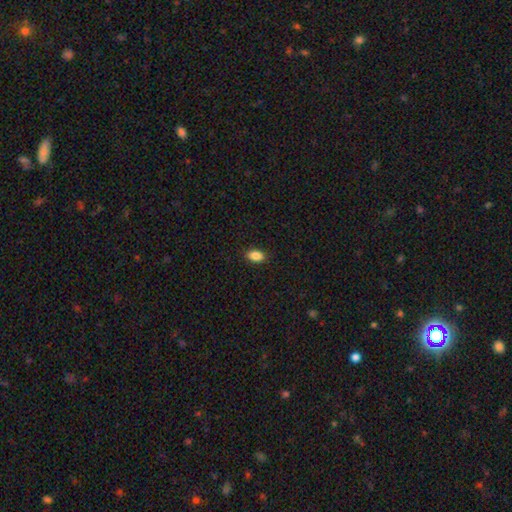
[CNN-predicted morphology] A smooth galaxy with no disk features (87%) that is in between round and cigar-shaped (88%). Merging: none (89%).